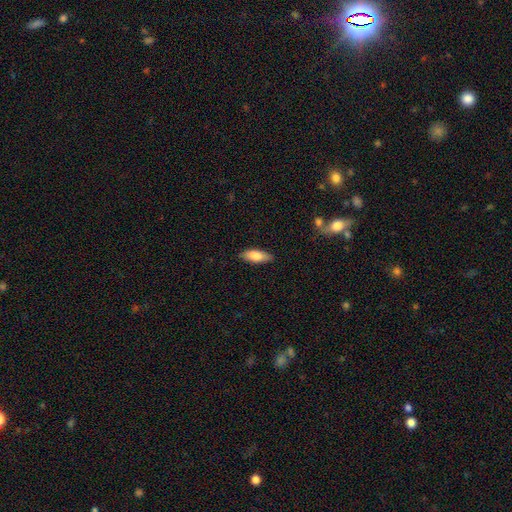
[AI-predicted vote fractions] smooth 82%, featured or disk 12%, star or artifact 6%. Down the decision tree: how rounded — in between (72%); merging — none (85%).